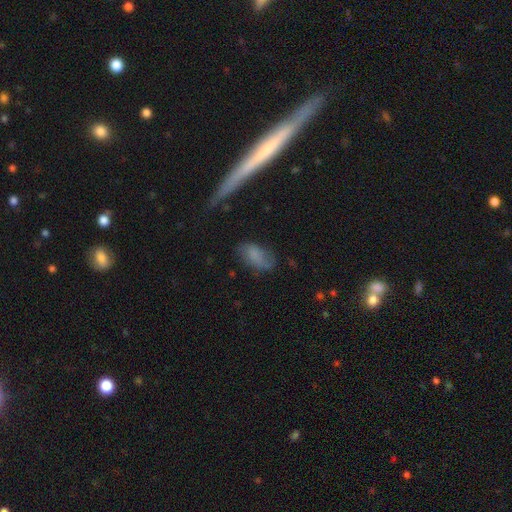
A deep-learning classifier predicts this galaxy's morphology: Smooth or featured? smooth (65%)
How rounded? in between (88%)
Merging? none (56%)